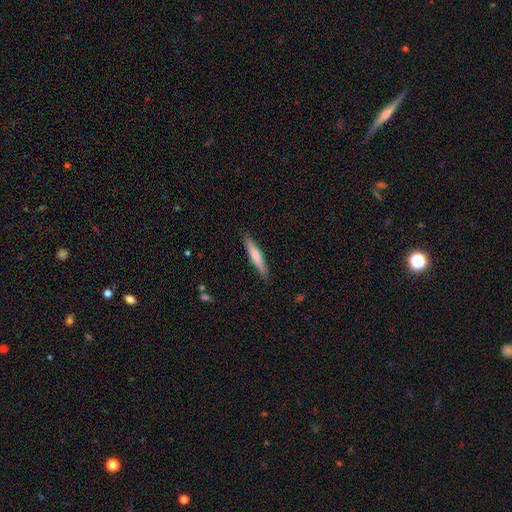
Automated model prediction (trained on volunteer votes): Smooth or featured: smooth — 68% (featured or disk — 27%)
How rounded: cigar-shaped — 91% (in between — 8%)
Merging: none — 89% (minor disturbance — 8%)